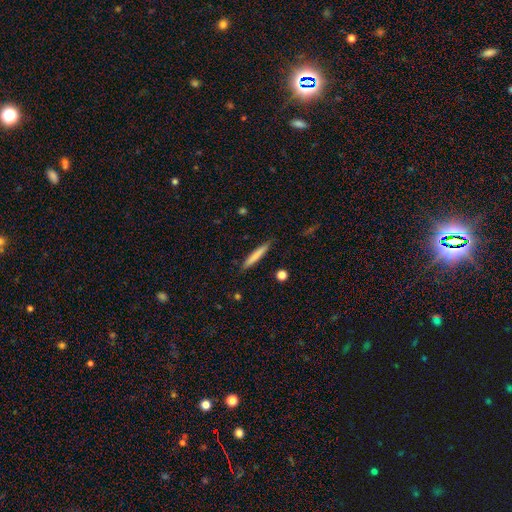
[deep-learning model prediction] Smooth or featured? smooth (76%)
How rounded? cigar-shaped (94%)
Merging? none (86%)